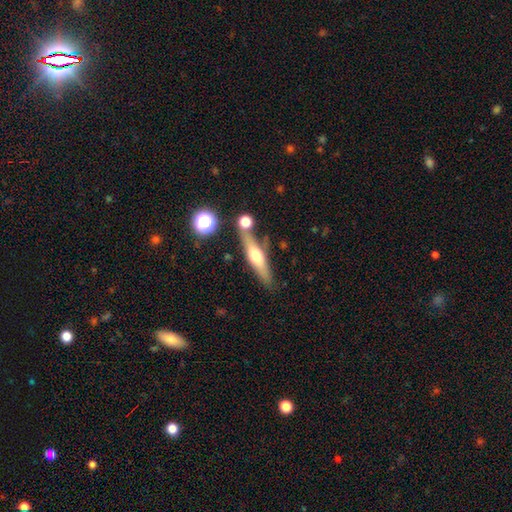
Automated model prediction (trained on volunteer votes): Overall: featured or disk (54%; smooth 39%). Edge-on disk: yes (91%). Merging: none (72%).